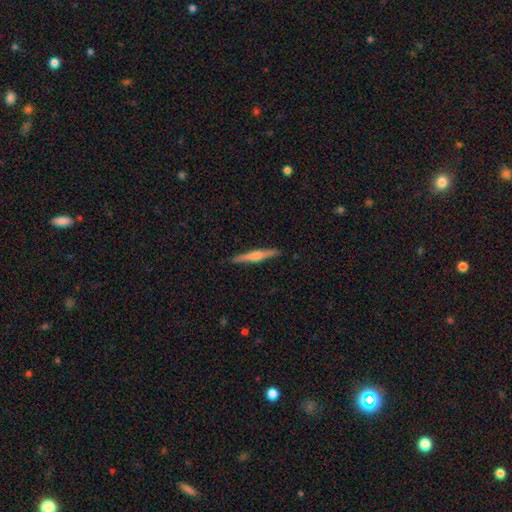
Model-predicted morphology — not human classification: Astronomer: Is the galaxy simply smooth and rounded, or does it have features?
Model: featured or disk — 64%.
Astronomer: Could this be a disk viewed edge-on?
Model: yes — 98%.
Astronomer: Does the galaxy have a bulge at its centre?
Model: rounded — 79%.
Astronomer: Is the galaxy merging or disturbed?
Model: none — 91%.